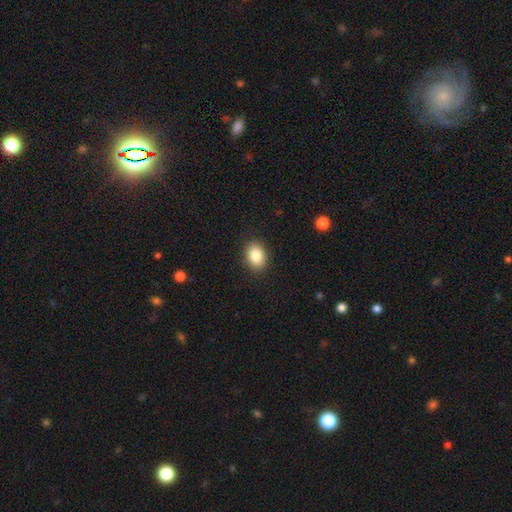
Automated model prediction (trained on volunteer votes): smooth-or-featured: smooth: 85% | star or artifact: 8% | featured or disk: 7%
  how-rounded: in between: 74% | round: 25% | cigar-shaped: 1%
  merging: none: 89% | minor disturbance: 8% | major disturbance: 2% | merger: 1%